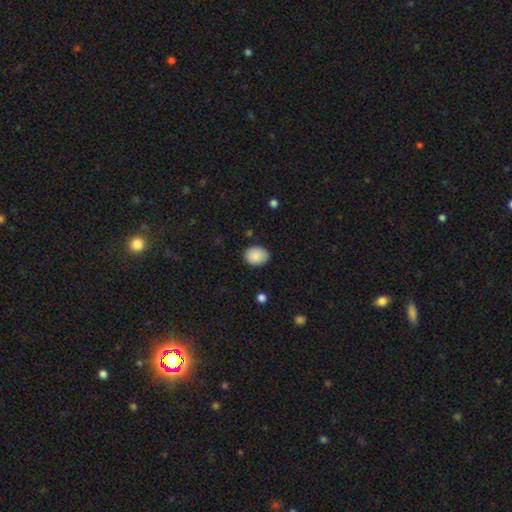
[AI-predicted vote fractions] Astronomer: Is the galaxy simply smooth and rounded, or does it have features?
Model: smooth — 88%.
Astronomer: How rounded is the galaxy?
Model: in between — 59% (runner-up: round, 40%).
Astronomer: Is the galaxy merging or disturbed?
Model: none — 83%.